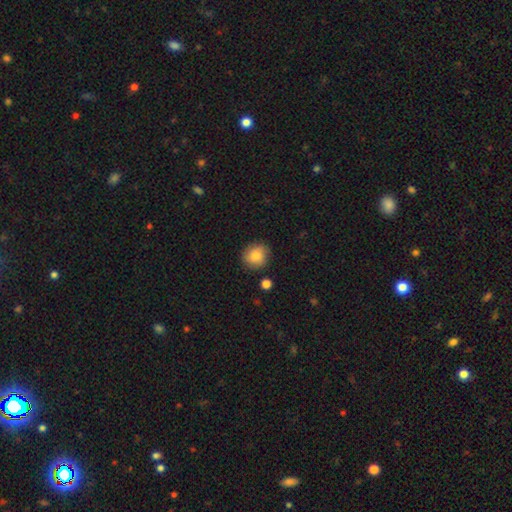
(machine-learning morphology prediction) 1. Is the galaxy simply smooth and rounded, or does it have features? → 84% smooth, 8% star or artifact, 8% featured or disk.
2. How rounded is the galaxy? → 84% round, 15% in between, 1% cigar-shaped.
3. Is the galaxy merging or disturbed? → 85% none, 11% minor disturbance, 3% major disturbance, 2% merger.